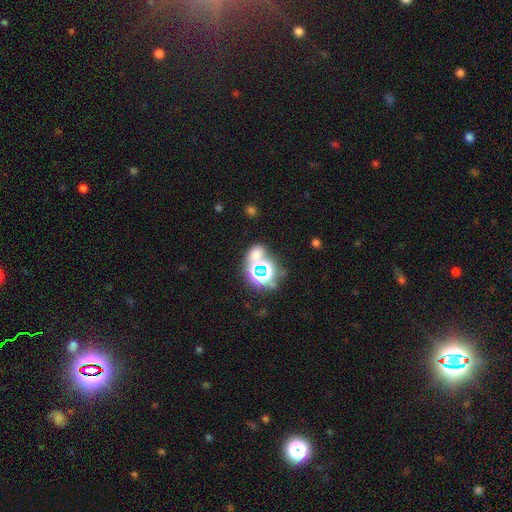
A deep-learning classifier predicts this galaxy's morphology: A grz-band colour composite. It shows a star or artifact, not a galaxy (50%).